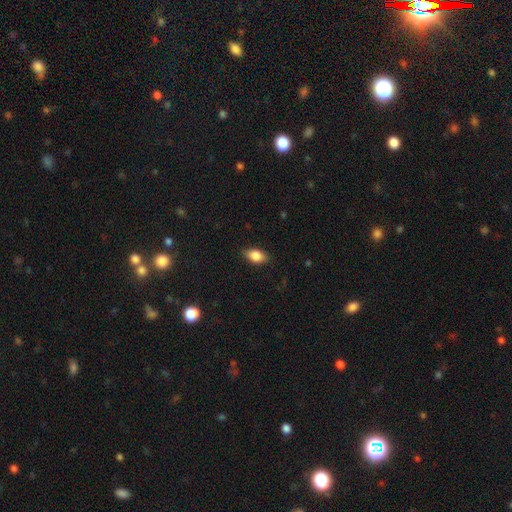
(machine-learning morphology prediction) This appears to be a smooth galaxy with no disk features (82%) that is in between round and cigar-shaped (87%). Merging: none (84%).